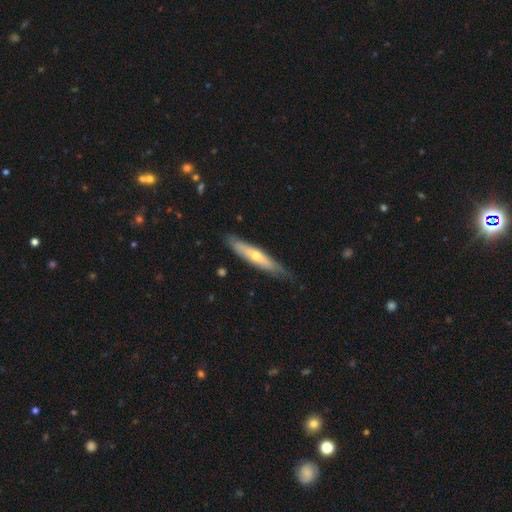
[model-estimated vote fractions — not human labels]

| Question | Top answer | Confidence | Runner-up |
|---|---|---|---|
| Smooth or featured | featured or disk | 51% | smooth (43%) |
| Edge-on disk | yes | 75% | no (25%) |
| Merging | none | 73% | minor disturbance (22%) |